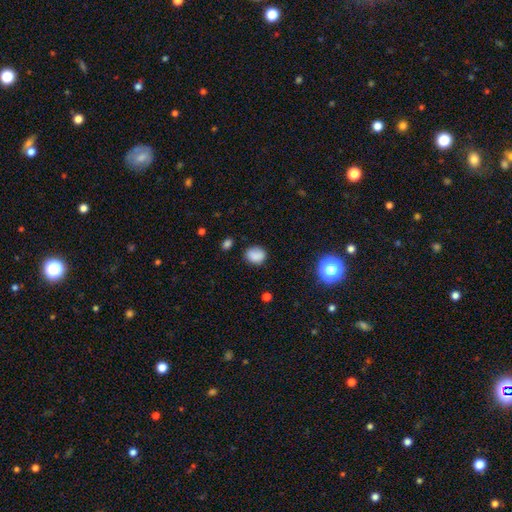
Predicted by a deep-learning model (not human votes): This appears to be a smooth galaxy with no disk features (82%) that is round (59%). Merging: none (73%).